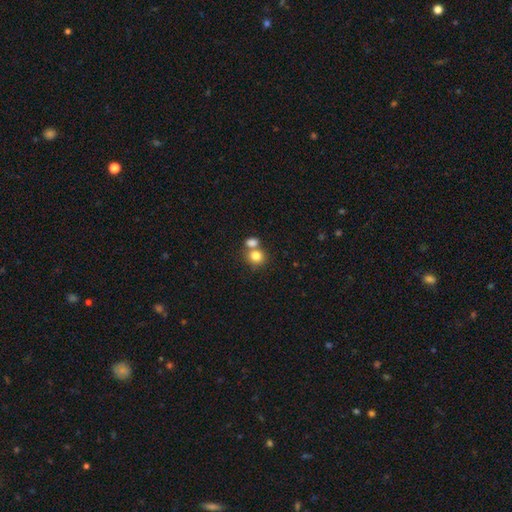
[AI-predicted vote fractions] Smooth or featured?
  - smooth: 80% *
  - star or artifact: 11%
  - featured or disk: 10%
How rounded?
  - round: 75% *
  - in between: 24%
  - cigar-shaped: 1%
Merging?
  - merger: 44% * (tied)
  - none: 44% * (tied)
  - minor disturbance: 8%
  - major disturbance: 4%